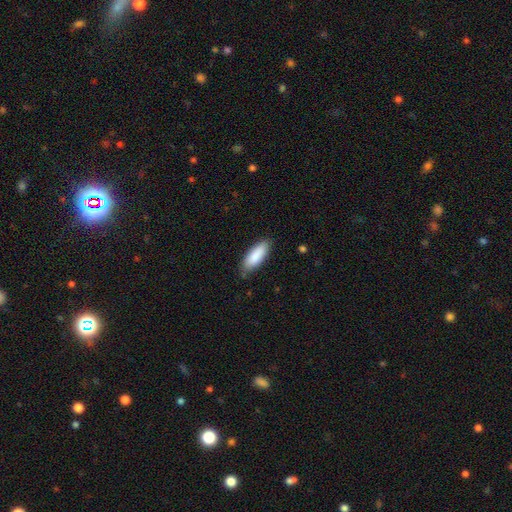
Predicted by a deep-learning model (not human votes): Smooth or featured? Predicted: smooth (p=0.87). How rounded? Predicted: in between (p=0.70). Merging? Predicted: none (p=0.80).